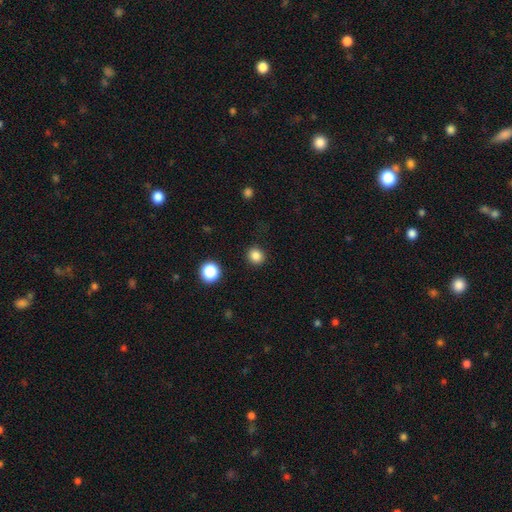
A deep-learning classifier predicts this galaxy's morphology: This is clearly a smooth galaxy (84%). How rounded: clearly round (88%). Merging: clearly none (91%).